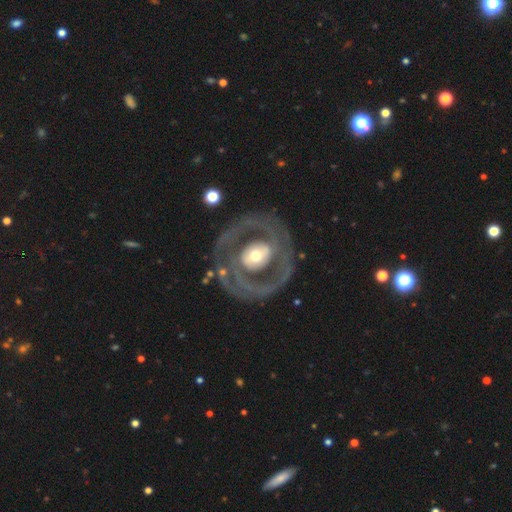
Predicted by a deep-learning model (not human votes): Smooth or featured? Predicted: featured or disk (p=0.78). Edge-on disk? Predicted: no (p=0.96). Bar? Predicted: no (p=0.57). Spiral arms? Predicted: yes (p=0.61). Bulge size? Predicted: moderate (p=0.61). Merging? Predicted: none (p=0.74).